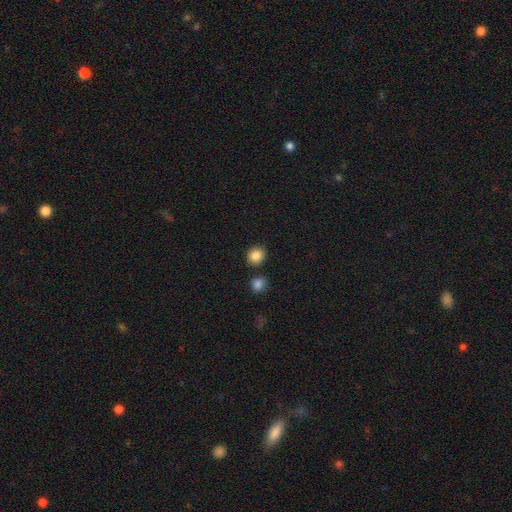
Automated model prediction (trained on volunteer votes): A smooth galaxy with no disk features (86%) that is round (81%). Merging: none (82%).